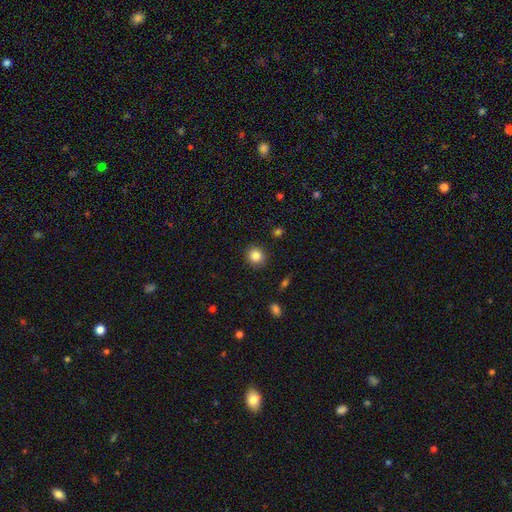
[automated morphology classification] smooth_or_featured: smooth (p=0.84) [alt: star or artifact p=0.10]
how_rounded: round (p=0.90) [alt: in between p=0.09]
merging: none (p=0.90) [alt: minor disturbance p=0.06]